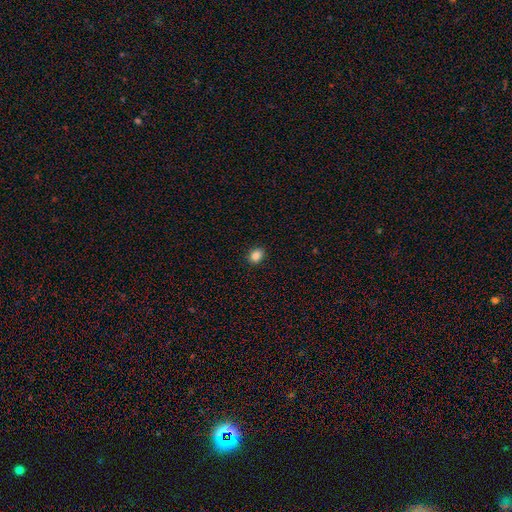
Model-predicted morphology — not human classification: type=smooth (87%); roundness=in between (55%); merging=none (89%).